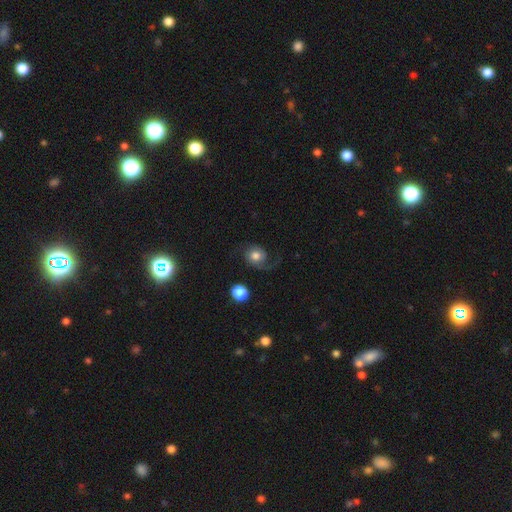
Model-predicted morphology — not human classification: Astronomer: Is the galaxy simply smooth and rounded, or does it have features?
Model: smooth — 47% (runner-up: featured or disk, 43%).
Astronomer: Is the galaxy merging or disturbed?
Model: none — 52%.